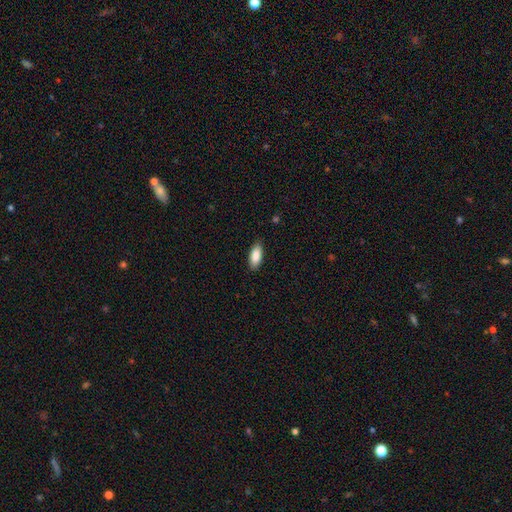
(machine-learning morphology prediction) Smooth or featured?
  - smooth: 88% *
  - star or artifact: 6%
  - featured or disk: 6%
How rounded?
  - in between: 83% *
  - cigar-shaped: 15%
  - round: 2%
Merging?
  - none: 87% *
  - minor disturbance: 10%
  - major disturbance: 2%
  - merger: 1%